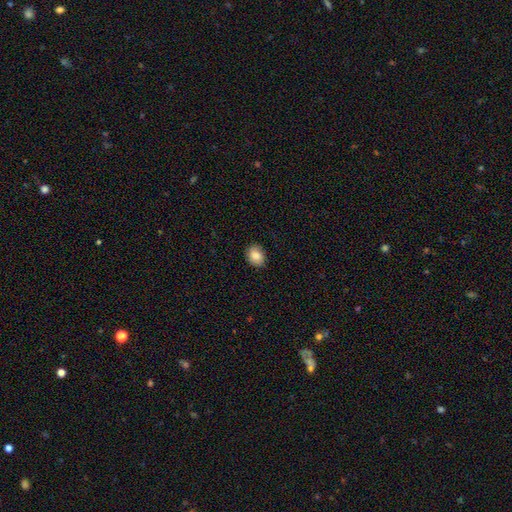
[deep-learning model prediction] smooth_or_featured: smooth (p=0.86) [alt: star or artifact p=0.08]
how_rounded: in between (p=0.59) [alt: round p=0.40]
merging: none (p=0.86) [alt: minor disturbance p=0.10]